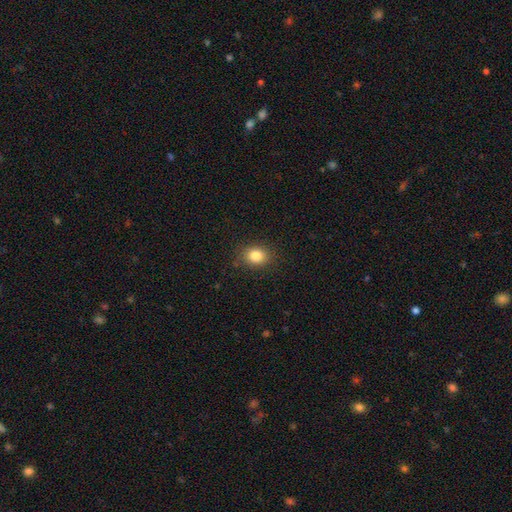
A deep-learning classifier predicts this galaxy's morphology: A smooth galaxy with no disk features (83%) that is round (55%). Merging: none (86%).